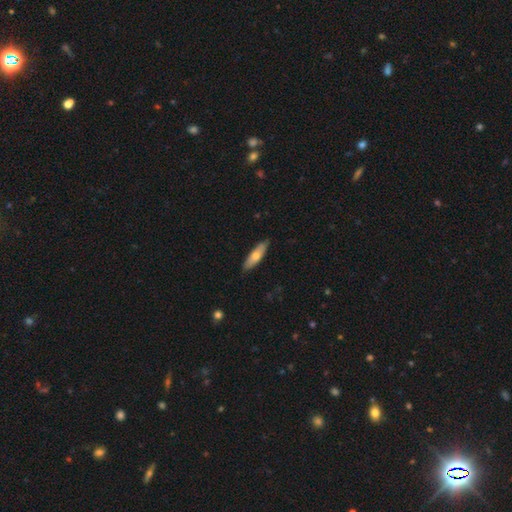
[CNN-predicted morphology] smooth-or-featured: smooth: 63% | featured or disk: 31% | star or artifact: 6%
  how-rounded: cigar-shaped: 57% | in between: 41% | round: 2%
  merging: none: 86% | minor disturbance: 12% | major disturbance: 2% | merger: 1%